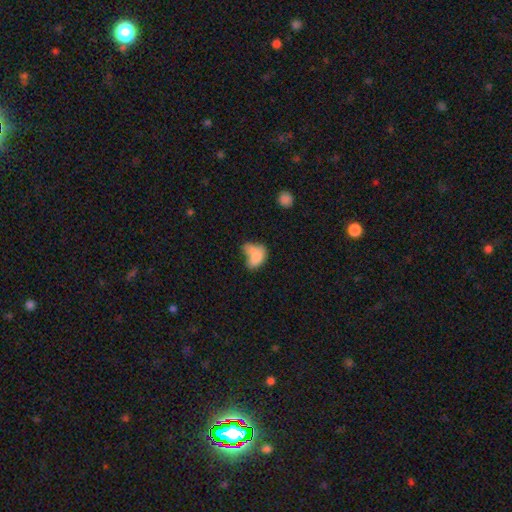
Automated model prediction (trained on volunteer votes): Smooth or featured? smooth (73%)
How rounded? in between (81%)
Merging? merger (32%)